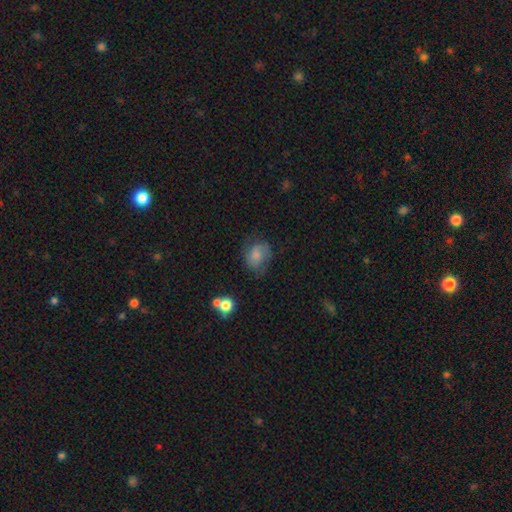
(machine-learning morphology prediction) smooth_or_featured: smooth (p=0.55) [alt: featured or disk p=0.35]
how_rounded: round (p=0.56) [alt: in between p=0.43]
merging: none (p=0.54) [alt: minor disturbance p=0.28]